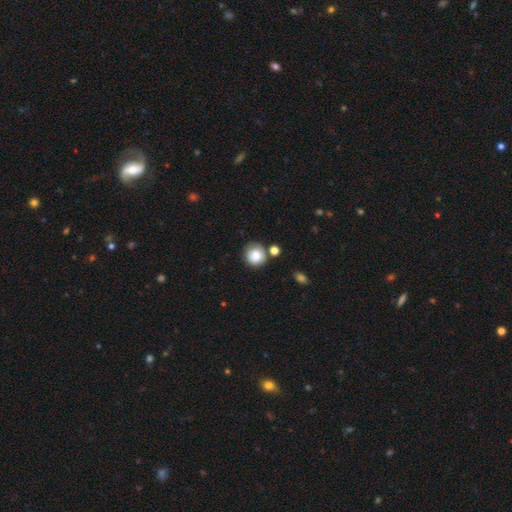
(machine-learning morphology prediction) The model was most divided on "merging": none: 75%, minor disturbance: 13%, merger: 8%, major disturbance: 4%. More confident: how rounded — round (91%); smooth or featured — smooth (83%).